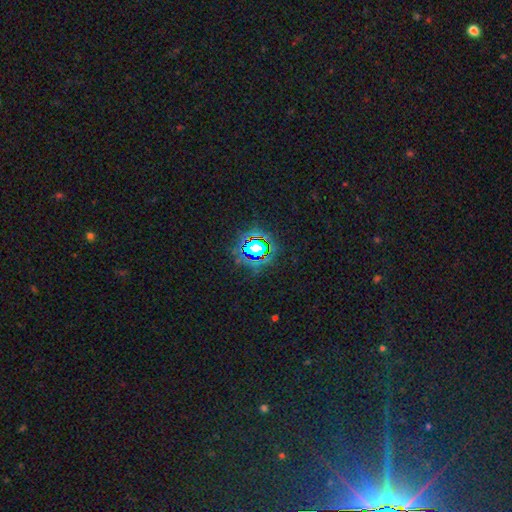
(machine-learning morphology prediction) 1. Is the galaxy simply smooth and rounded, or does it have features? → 80% star or artifact, 13% smooth, 8% featured or disk.